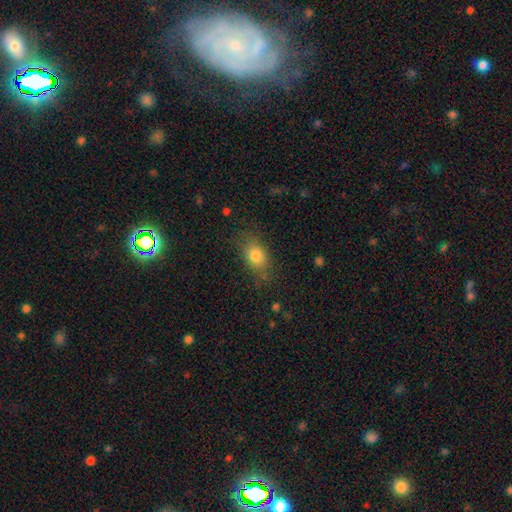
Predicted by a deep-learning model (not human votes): Smooth or featured?
  - smooth: 80% *
  - featured or disk: 11%
  - star or artifact: 9%
How rounded?
  - in between: 75% *
  - round: 23%
  - cigar-shaped: 3%
Merging?
  - none: 73% *
  - minor disturbance: 18%
  - major disturbance: 7%
  - merger: 2%